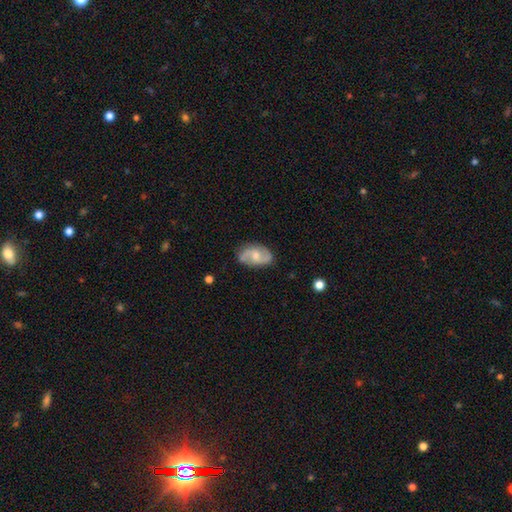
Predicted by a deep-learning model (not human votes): A featured or disk galaxy (78%) with a weak bar (46%, tied with no), 2 (91%) medium (47%) spiral arms (95%) and a moderate central bulge (47%).

Vote fractions:
- Smooth or featured? featured or disk: 78% / smooth: 17% / star or artifact: 5%
- Edge-on disk? no: 97% / yes: 3%
- Bar? weak: 46% (tied) / no: 46% (tied) / strong: 8%
- Spiral arms? yes: 95% / no: 5%
- Spiral winding? medium: 47% / loose: 37% / tight: 16%
- Spiral arm count? 2: 91% / can't tell: 4% / 1: 2% / 3: 1% / 4: 1% / more than 4: 1%
- Bulge size? moderate: 47% / small: 39% / none: 10% / large: 3% / dominant: 1%
- Merging? none: 79% / minor disturbance: 16% / major disturbance: 4% / merger: 2%